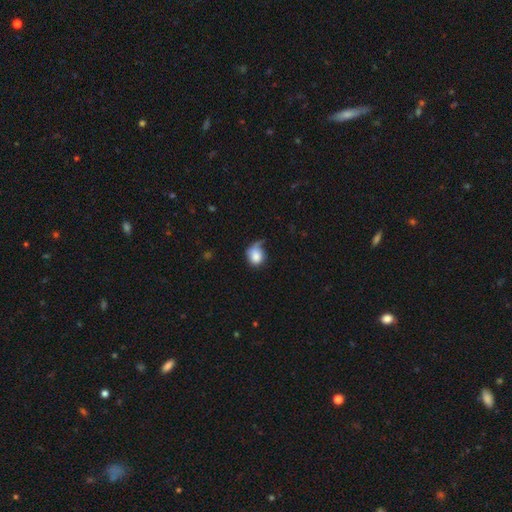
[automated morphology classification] smooth 78%, featured or disk 14%, star or artifact 8%. Down the decision tree: how rounded — round (60%); merging — minor disturbance (34%, tied with none).